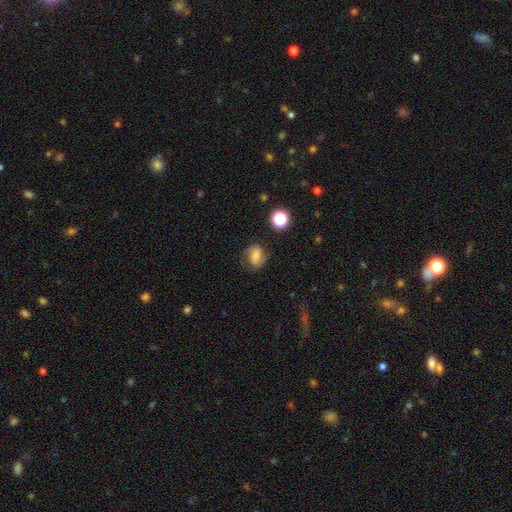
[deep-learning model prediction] A smooth galaxy with no disk features (44%, tied with featured or disk). Merging: none (69%).